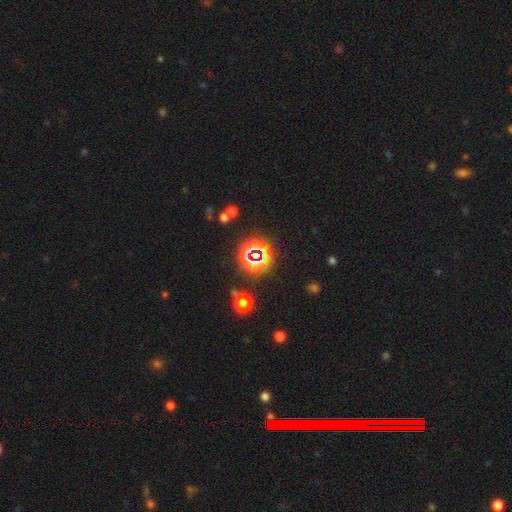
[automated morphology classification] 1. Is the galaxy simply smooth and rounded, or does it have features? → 73% star or artifact, 17% smooth, 9% featured or disk.